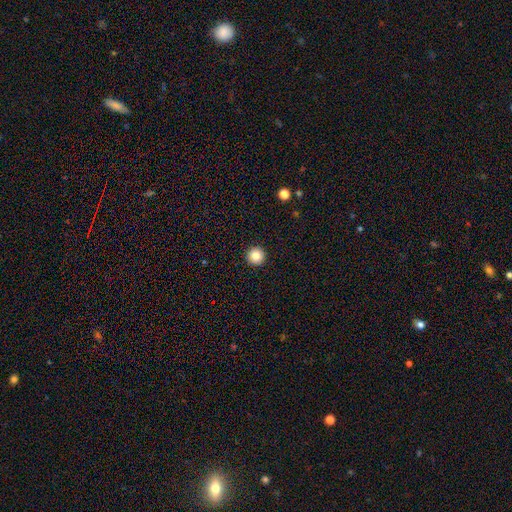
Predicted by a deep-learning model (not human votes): Smooth or featured: smooth — 85% (star or artifact — 10%)
How rounded: round — 97% (in between — 2%)
Merging: none — 94% (minor disturbance — 4%)